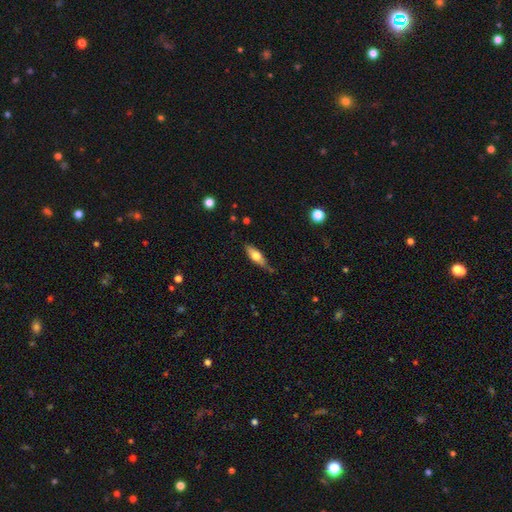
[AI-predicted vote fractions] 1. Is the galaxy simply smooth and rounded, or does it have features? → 54% smooth, 40% featured or disk, 6% star or artifact.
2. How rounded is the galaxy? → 49% cigar-shaped, 48% in between, 3% round.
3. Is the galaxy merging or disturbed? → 70% none, 23% minor disturbance, 4% major disturbance, 3% merger.